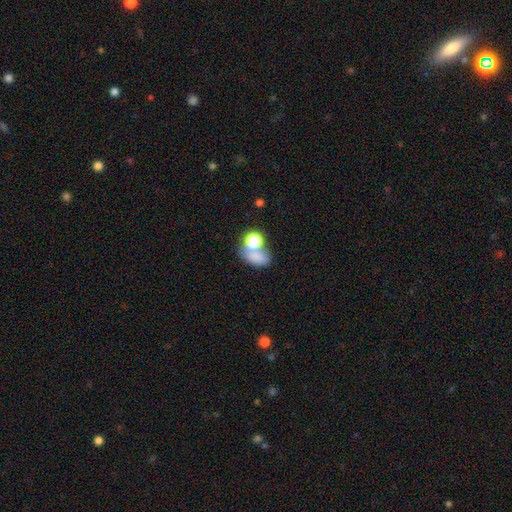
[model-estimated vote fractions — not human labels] This is likely a smooth galaxy (72%). How rounded: likely in between (70%). Merging: marginally merger (41%).